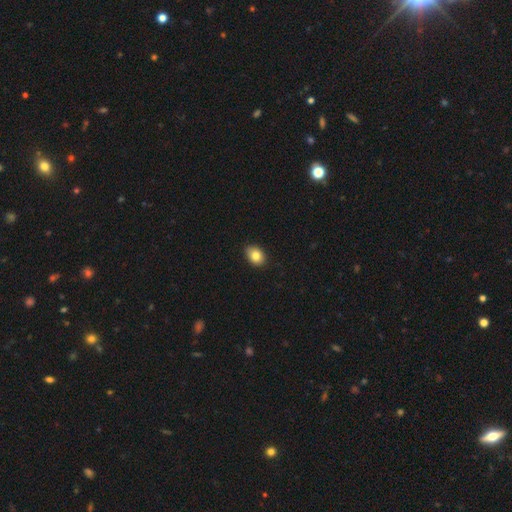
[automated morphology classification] The model was most divided on "how rounded": in between: 72%, round: 27%, cigar-shaped: 1%. More confident: merging — none (85%); smooth or featured — smooth (83%).